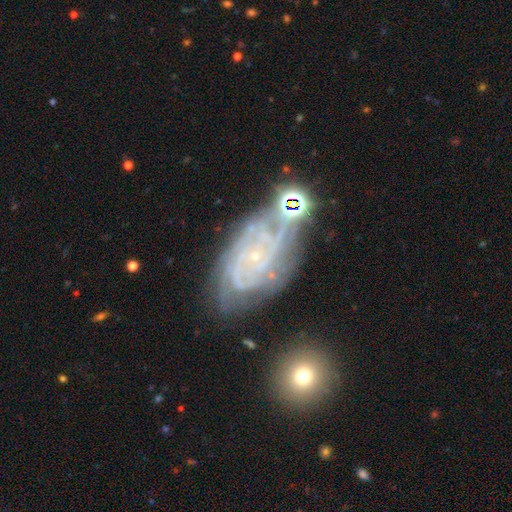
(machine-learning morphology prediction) smooth_or_featured: featured or disk (p=0.85) [alt: star or artifact p=0.08]
disk_edge_on: no (p=0.96) [alt: yes p=0.04]
bar: no (p=0.76) [alt: weak p=0.19]
has_spiral_arms: yes (p=0.96) [alt: no p=0.04]
spiral_winding: tight (p=0.73) [alt: medium p=0.22]
spiral_arm_count: can't tell (p=0.32) [alt: 4 p=0.21]
bulge_size: small (p=0.86) [alt: moderate p=0.08]
merging: none (p=0.56) [alt: minor disturbance p=0.22]